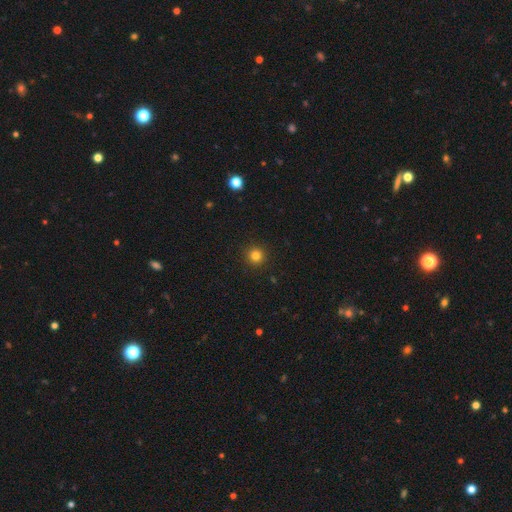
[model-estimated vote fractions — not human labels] The model was most divided on "smooth or featured": smooth: 81%, star or artifact: 14%, featured or disk: 5%. More confident: how rounded — round (96%); merging — none (93%).